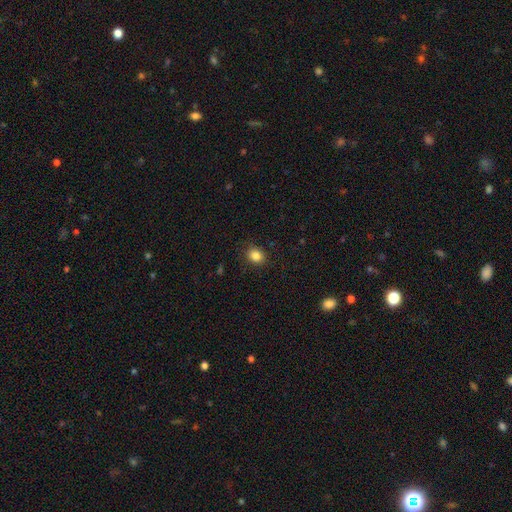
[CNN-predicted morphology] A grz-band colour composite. It shows a smooth galaxy with no disk features (84%) that is round (61%). Merging: none (88%).